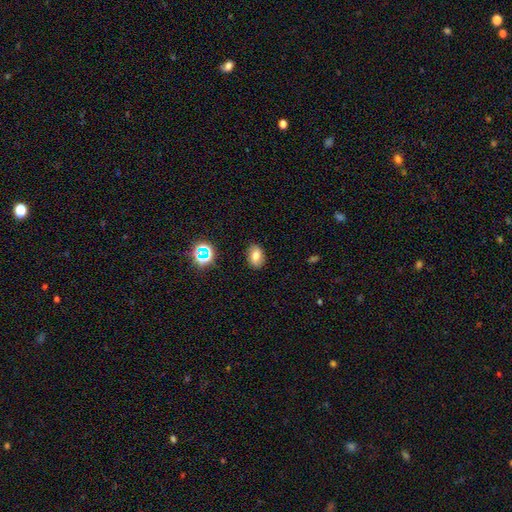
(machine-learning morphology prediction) Smooth or featured? smooth (70%)
How rounded? in between (79%)
Merging? none (85%)